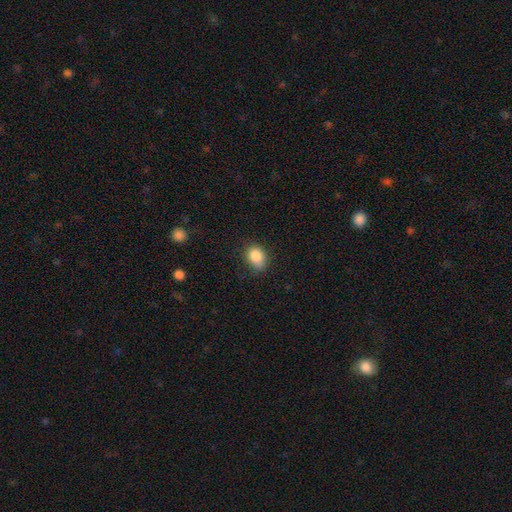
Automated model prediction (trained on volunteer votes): The model was most divided on "how rounded": in between: 55%, round: 44%, cigar-shaped: 1%. More confident: smooth or featured — smooth (85%); merging — none (70%).